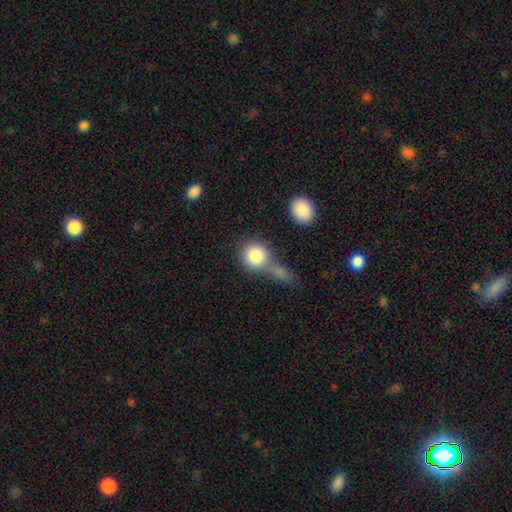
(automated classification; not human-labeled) smooth_or_featured: smooth (p=0.82) [alt: featured or disk p=0.09]
how_rounded: round (p=0.84) [alt: in between p=0.15]
merging: none (p=0.41) [alt: merger p=0.39]